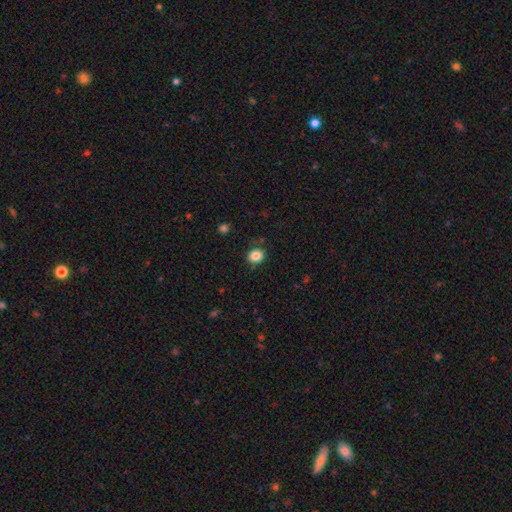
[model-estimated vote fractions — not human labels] smooth 85%, star or artifact 10%, featured or disk 4%. Down the decision tree: how rounded — round (63%); merging — none (85%).